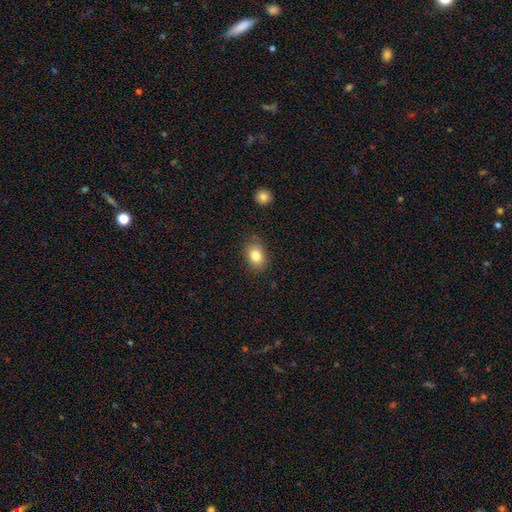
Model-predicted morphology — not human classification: smooth 82%, star or artifact 9%, featured or disk 9%. Down the decision tree: how rounded — in between (68%); merging — none (82%).